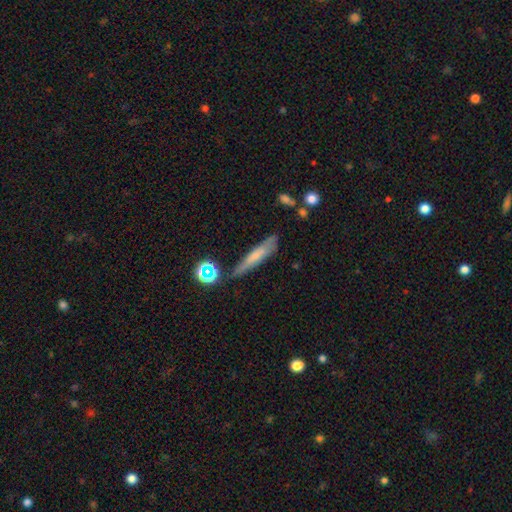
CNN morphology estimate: Smooth or featured: smooth — 59% (featured or disk — 31%)
How rounded: cigar-shaped — 84% (in between — 13%)
Merging: none — 60% (minor disturbance — 25%)